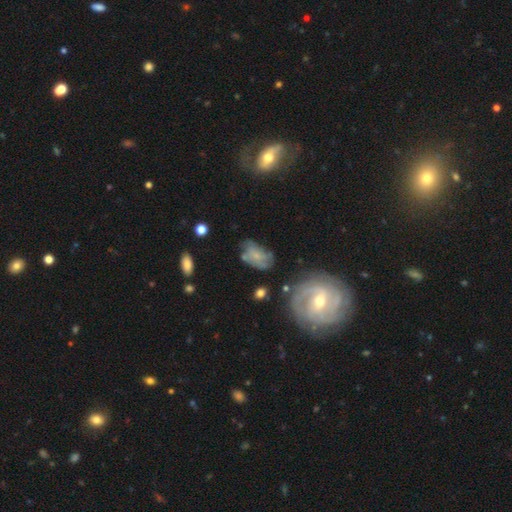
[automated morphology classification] Smooth or featured: featured or disk — 47% (smooth — 43%)
Merging: none — 48% (minor disturbance — 28%)